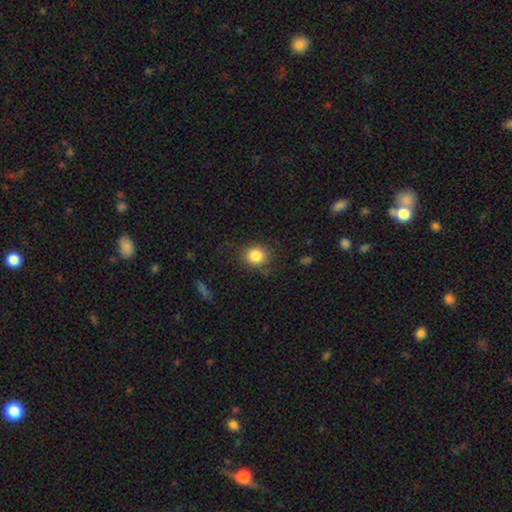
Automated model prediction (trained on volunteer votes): smooth-or-featured: smooth: 85% | star or artifact: 10% | featured or disk: 5%
  how-rounded: round: 77% | in between: 22% | cigar-shaped: 1%
  merging: none: 81% | minor disturbance: 13% | major disturbance: 4% | merger: 1%